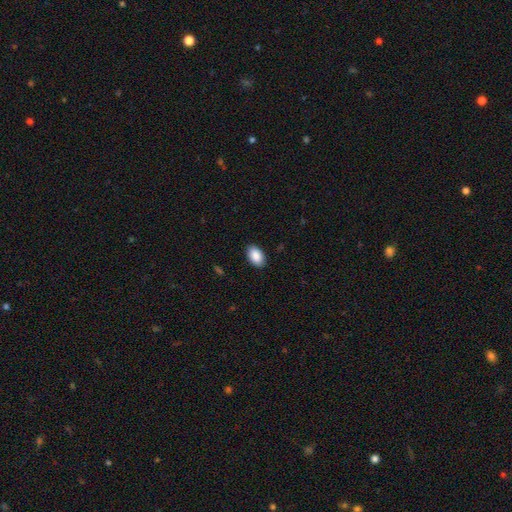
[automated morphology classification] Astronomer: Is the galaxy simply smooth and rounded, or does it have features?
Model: smooth — 90%.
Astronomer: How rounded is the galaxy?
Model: in between — 92%.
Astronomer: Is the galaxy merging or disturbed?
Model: none — 89%.